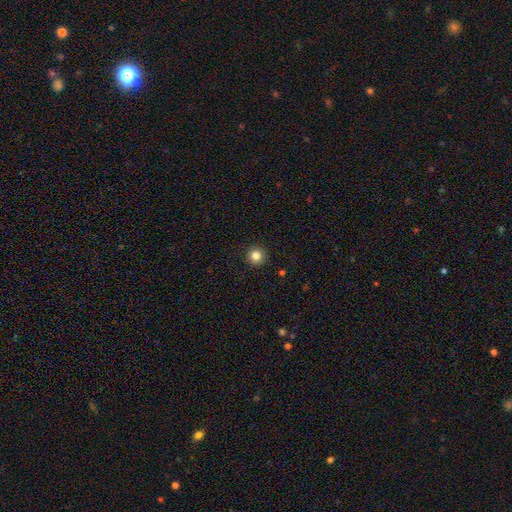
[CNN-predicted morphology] Smooth or featured?
  - smooth: 84% *
  - star or artifact: 12%
  - featured or disk: 5%
How rounded?
  - round: 96% *
  - in between: 3%
  - cigar-shaped: 1%
Merging?
  - none: 93% *
  - minor disturbance: 4%
  - major disturbance: 1%
  - merger: 1%